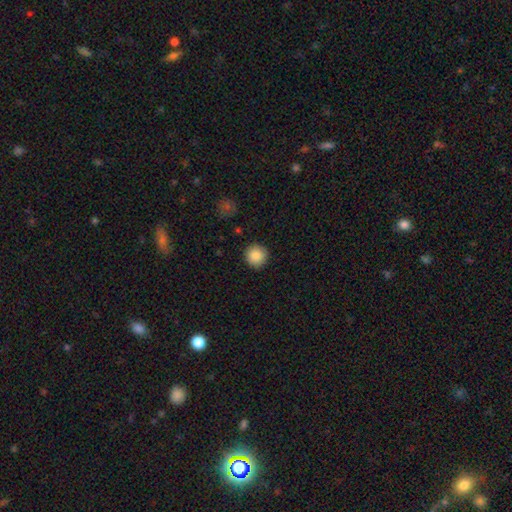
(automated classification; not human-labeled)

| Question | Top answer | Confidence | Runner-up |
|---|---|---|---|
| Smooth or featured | smooth | 87% | star or artifact (8%) |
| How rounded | round | 95% | in between (4%) |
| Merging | none | 91% | minor disturbance (6%) |